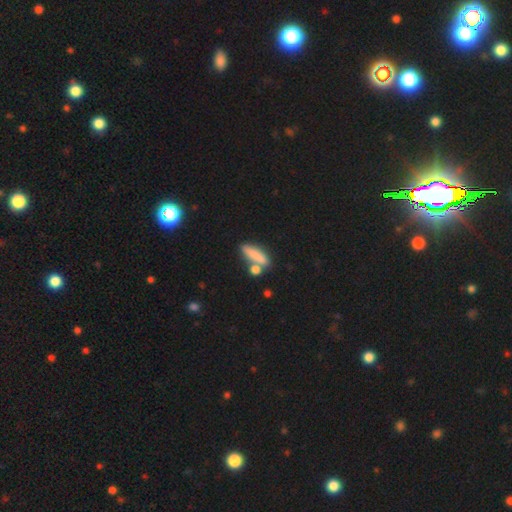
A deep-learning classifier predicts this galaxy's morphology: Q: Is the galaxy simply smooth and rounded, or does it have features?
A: smooth — 79%.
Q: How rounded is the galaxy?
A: cigar-shaped — 64%.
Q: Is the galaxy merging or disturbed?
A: none — 59%.